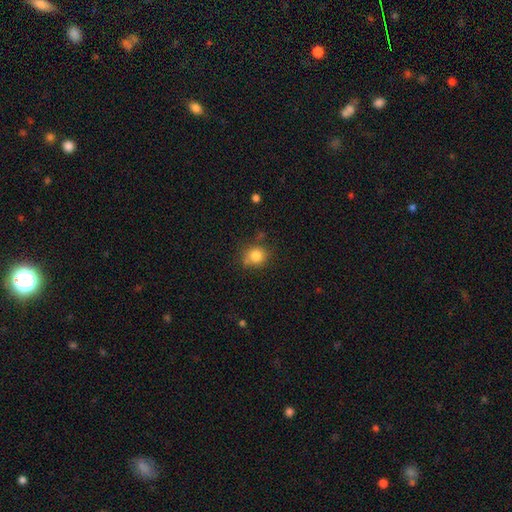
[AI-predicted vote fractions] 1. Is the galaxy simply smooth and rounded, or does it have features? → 82% smooth, 11% star or artifact, 7% featured or disk.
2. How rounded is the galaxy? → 84% round, 15% in between, 1% cigar-shaped.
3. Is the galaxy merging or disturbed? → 71% none, 17% minor disturbance, 8% merger, 4% major disturbance.